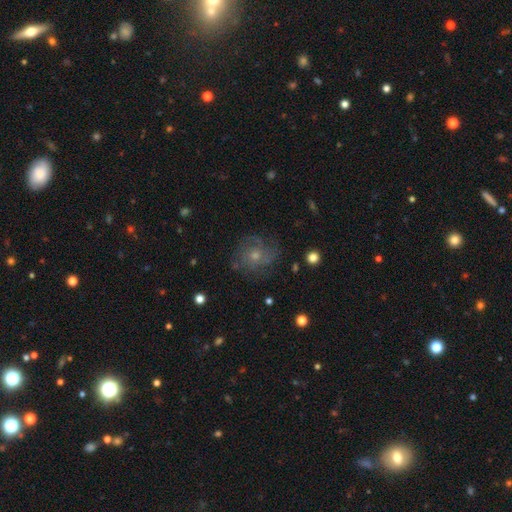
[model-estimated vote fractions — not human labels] Q: Smooth or featured?
A: featured or disk (58%); runner-up: smooth (29%)
Q: Edge-on disk?
A: no (97%); runner-up: yes (3%)
Q: Bar?
A: no (85%); runner-up: weak (13%)
Q: Spiral arms?
A: yes (80%); runner-up: no (20%)
Q: Bulge size?
A: small (53%); runner-up: moderate (41%)
Q: Merging?
A: none (71%); runner-up: minor disturbance (18%)